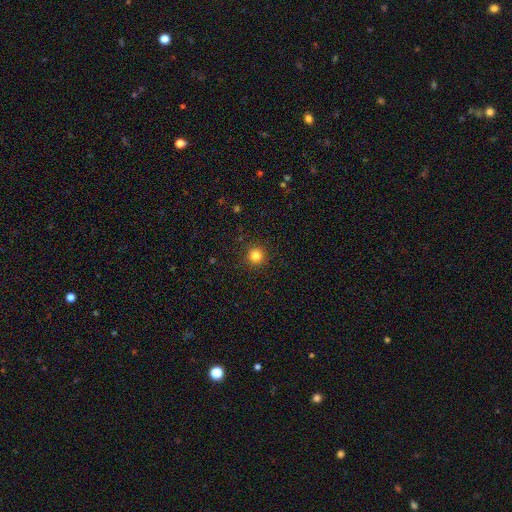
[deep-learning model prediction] Smooth or featured: smooth — 83% (star or artifact — 13%)
How rounded: round — 95% (in between — 4%)
Merging: none — 92% (minor disturbance — 5%)